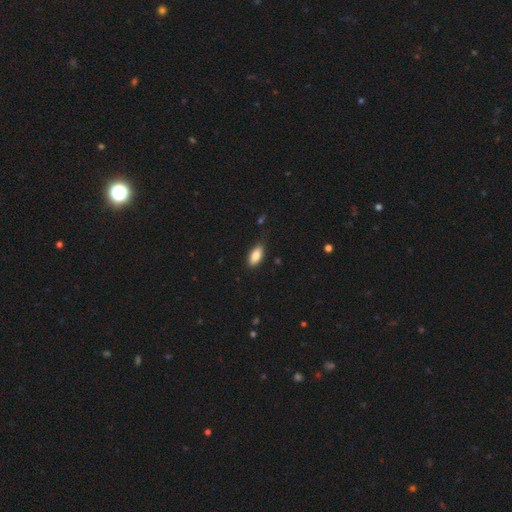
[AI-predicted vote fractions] Smooth or featured: smooth — 86% (star or artifact — 7%)
How rounded: in between — 89% (cigar-shaped — 9%)
Merging: none — 80% (minor disturbance — 16%)